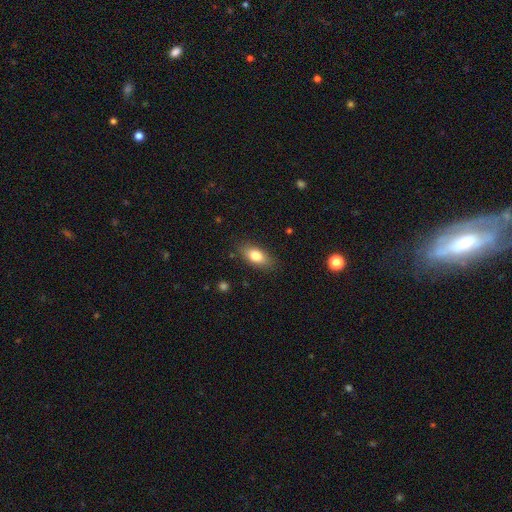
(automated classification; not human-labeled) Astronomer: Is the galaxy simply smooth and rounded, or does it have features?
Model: smooth — 80%.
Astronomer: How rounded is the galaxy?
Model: in between — 86%.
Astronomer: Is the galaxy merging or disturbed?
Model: none — 84%.